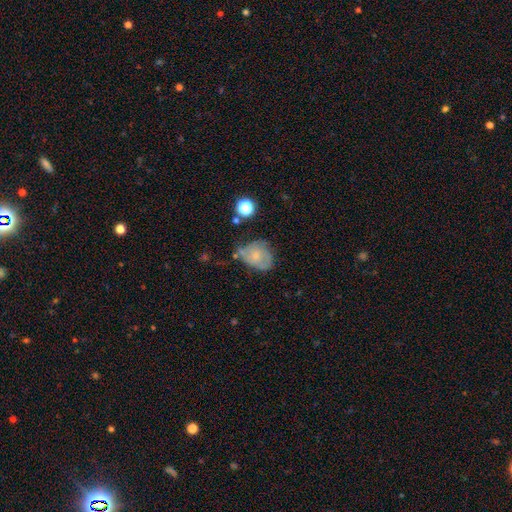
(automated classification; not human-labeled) Smooth or featured?
  - smooth: 50% *
  - featured or disk: 40%
  - star or artifact: 10%
How rounded?
  - in between: 52% *
  - round: 47%
  - cigar-shaped: 1%
Merging?
  - none: 41% *
  - minor disturbance: 34%
  - major disturbance: 18%
  - merger: 8%